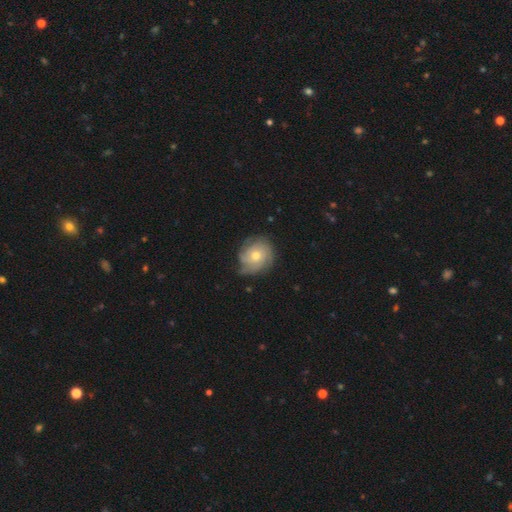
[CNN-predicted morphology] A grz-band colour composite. It shows a featured or disk galaxy (61%) with no bar (83%), tight (62%) spiral arms (86%) and a moderate central bulge (65%). Merging: none (68%).